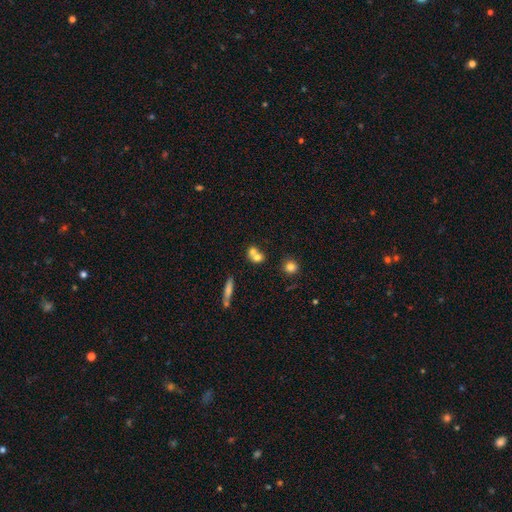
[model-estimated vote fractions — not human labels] Smooth or featured? smooth (68%)
How rounded? round (70%)
Merging? merger (59%)